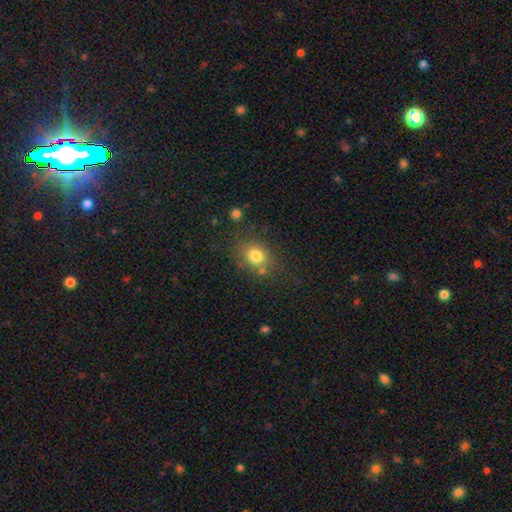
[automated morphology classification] smooth_or_featured: smooth (p=0.79) [alt: star or artifact p=0.12]
how_rounded: round (p=0.58) [alt: in between p=0.41]
merging: none (p=0.72) [alt: minor disturbance p=0.14]